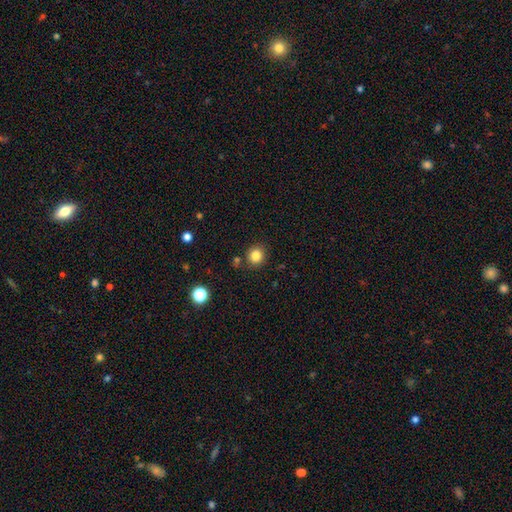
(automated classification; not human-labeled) smooth-or-featured: smooth: 83% | star or artifact: 12% | featured or disk: 5%
  how-rounded: round: 88% | in between: 11% | cigar-shaped: 1%
  merging: none: 86% | minor disturbance: 8% | merger: 4% | major disturbance: 2%